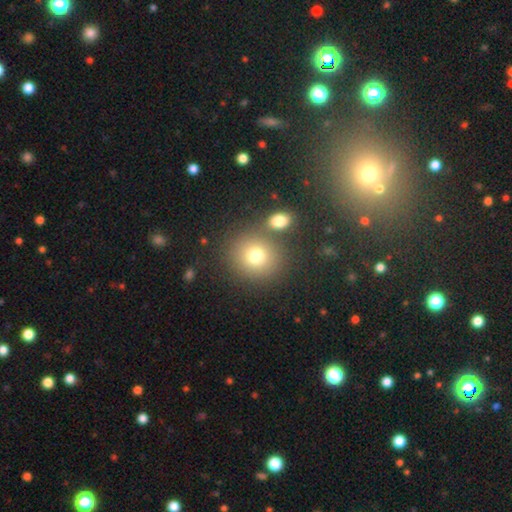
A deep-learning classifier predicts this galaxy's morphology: type=smooth (76%); roundness=round (86%); merging=none (70%).